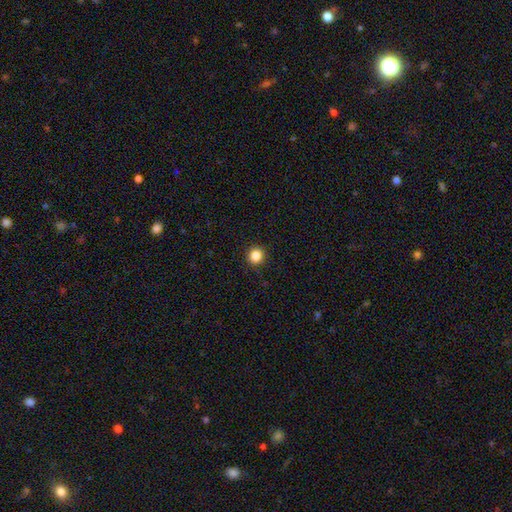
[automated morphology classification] This is clearly a smooth galaxy (85%). How rounded: clearly round (93%). Merging: clearly none (92%).